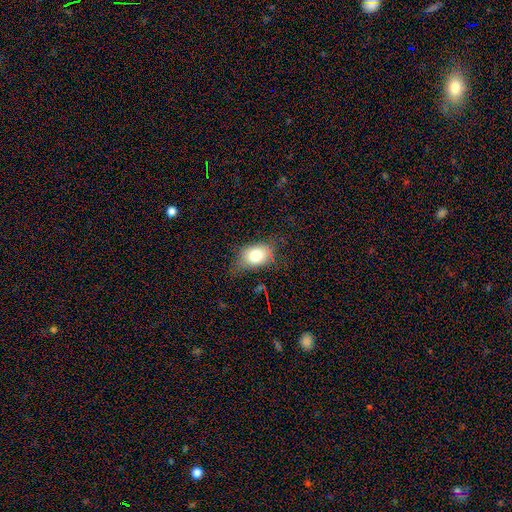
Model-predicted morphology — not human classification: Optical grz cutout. It shows a smooth galaxy with no disk features (74%) that is in between round and cigar-shaped (74%). Merging: none (59%).